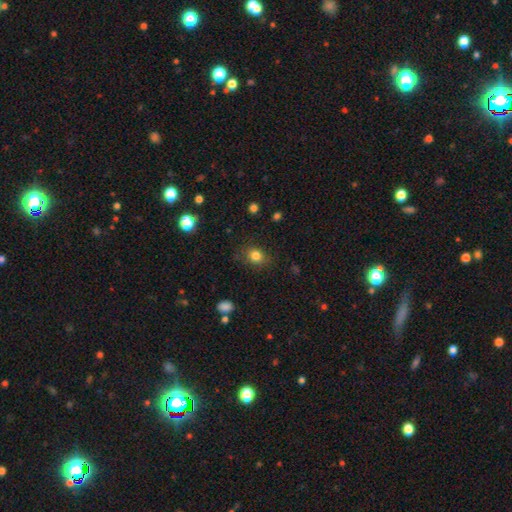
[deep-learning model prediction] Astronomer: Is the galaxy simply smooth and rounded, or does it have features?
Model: smooth — 82%.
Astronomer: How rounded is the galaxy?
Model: round — 60% (runner-up: in between, 39%).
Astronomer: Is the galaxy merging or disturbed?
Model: none — 78%.